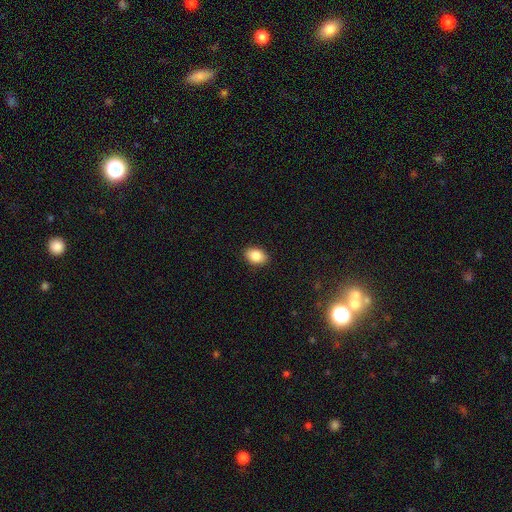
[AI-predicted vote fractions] This appears to be a smooth galaxy with no disk features (87%) that is in between round and cigar-shaped (81%). Merging: none (90%).